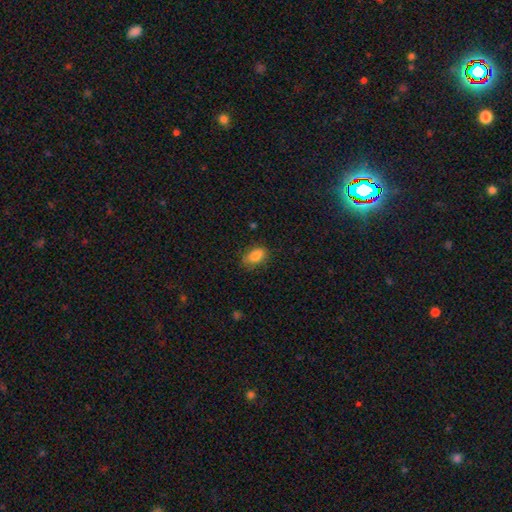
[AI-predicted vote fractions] Q: Smooth or featured?
A: smooth (85%); runner-up: star or artifact (8%)
Q: How rounded?
A: in between (88%); runner-up: round (8%)
Q: Merging?
A: none (74%); runner-up: minor disturbance (20%)